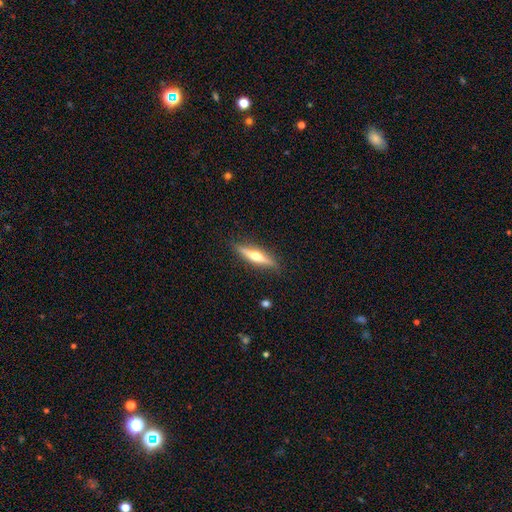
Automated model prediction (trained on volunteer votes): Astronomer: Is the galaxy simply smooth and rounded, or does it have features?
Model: featured or disk — 61%.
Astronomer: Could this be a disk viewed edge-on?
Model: yes — 95%.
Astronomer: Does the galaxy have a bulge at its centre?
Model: rounded — 92%.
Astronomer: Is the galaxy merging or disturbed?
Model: none — 88%.